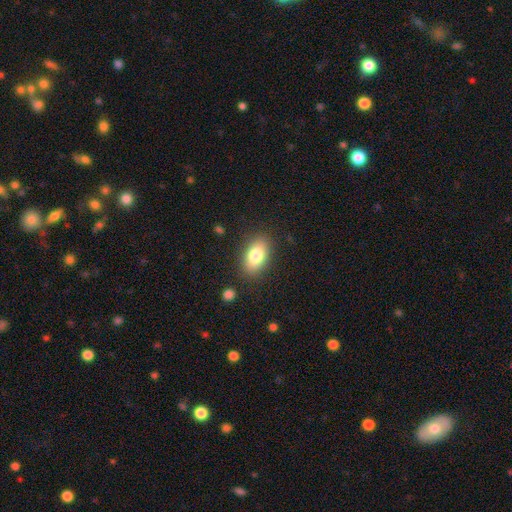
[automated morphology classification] Smooth or featured? Predicted: smooth (p=0.80). How rounded? Predicted: in between (p=0.89). Merging? Predicted: none (p=0.85).